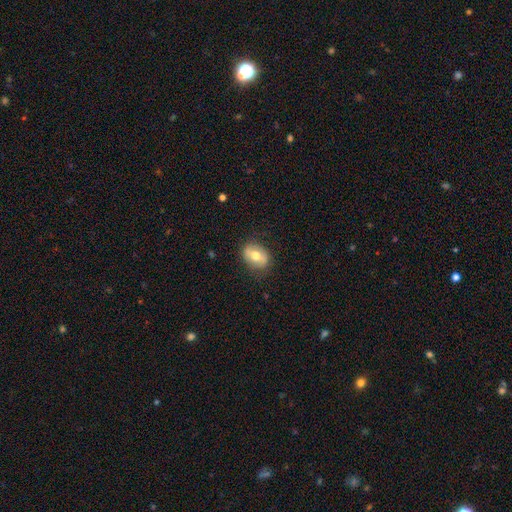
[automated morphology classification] smooth-or-featured: smooth: 59% | featured or disk: 34% | star or artifact: 7%
  how-rounded: in between: 65% | round: 33% | cigar-shaped: 1%
  merging: none: 81% | minor disturbance: 14% | major disturbance: 4% | merger: 1%